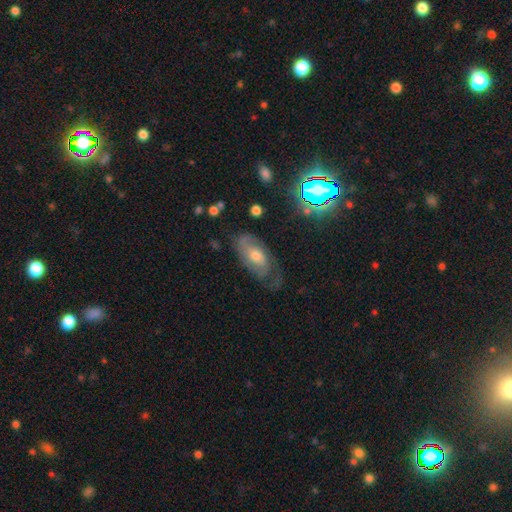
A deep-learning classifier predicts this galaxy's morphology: A featured or disk galaxy (69%) with no bar (67%), 2 (55%) tight (44%) spiral arms (87%) and a moderate central bulge (61%).

Vote fractions:
- Smooth or featured? featured or disk: 69% / smooth: 21% / star or artifact: 11%
- Edge-on disk? no: 92% / yes: 8%
- Bar? no: 67% / weak: 27% / strong: 6%
- Spiral arms? yes: 87% / no: 13%
- Spiral winding? tight: 44% / medium: 39% / loose: 17%
- Spiral arm count? 2: 55% / can't tell: 27% / 1: 9% / 3: 4% / 4: 2% / more than 4: 2%
- Bulge size? moderate: 61% / small: 30% / large: 5% / none: 2% / dominant: 1%
- Merging? none: 60% / minor disturbance: 23% / major disturbance: 14% / merger: 2%